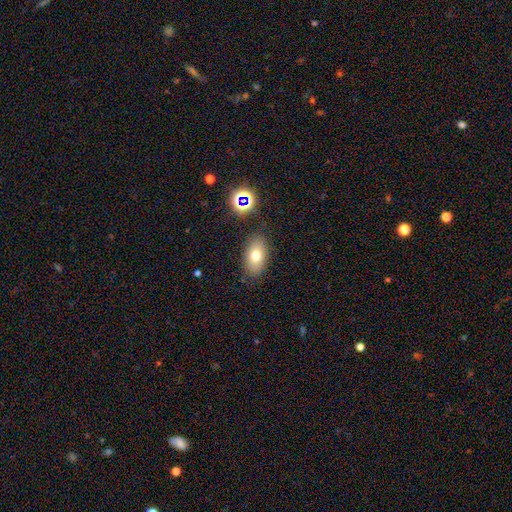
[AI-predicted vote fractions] Morphology: type=smooth (70%); roundness=in between (87%); merging=none (83%).